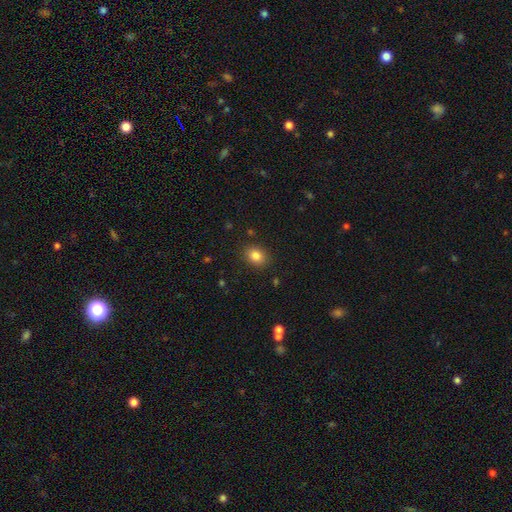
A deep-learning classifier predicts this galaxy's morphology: A smooth galaxy with no disk features (84%) that is round (51%). Merging: none (87%).